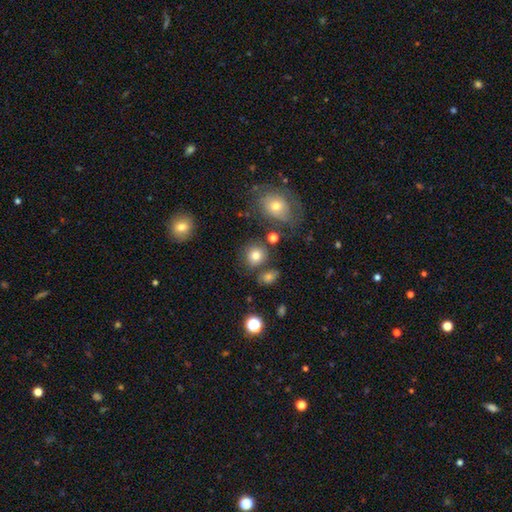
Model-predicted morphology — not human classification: Smooth or featured: smooth — 79% (star or artifact — 13%)
How rounded: round — 81% (in between — 18%)
Merging: none — 73% (minor disturbance — 12%)